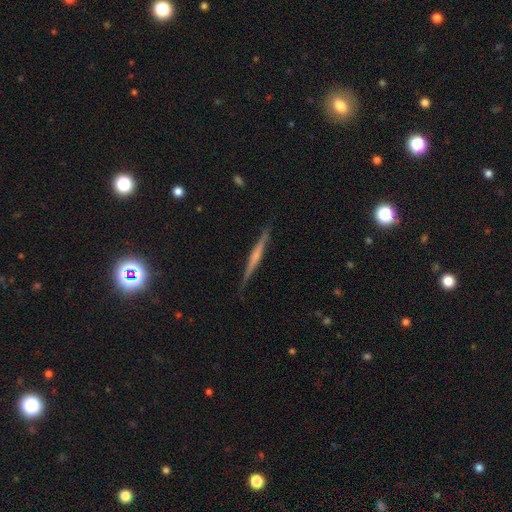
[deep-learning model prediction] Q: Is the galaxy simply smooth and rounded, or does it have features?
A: featured or disk — 66%.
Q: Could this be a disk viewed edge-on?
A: yes — 98%.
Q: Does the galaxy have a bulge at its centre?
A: none — 46%.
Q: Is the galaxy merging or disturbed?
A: none — 88%.